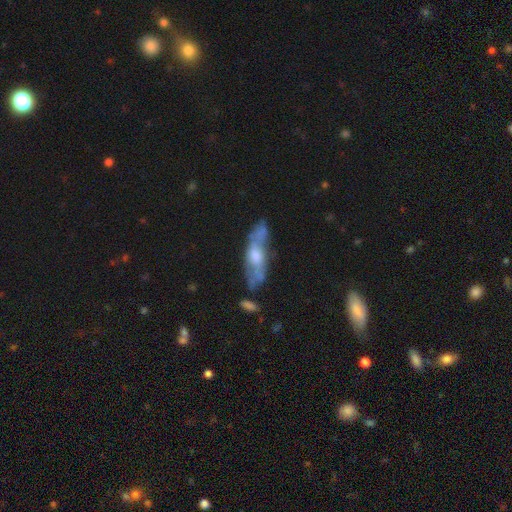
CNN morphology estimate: Smooth or featured? featured or disk (62%)
Edge-on disk? no (60%)
Merging? none (53%)